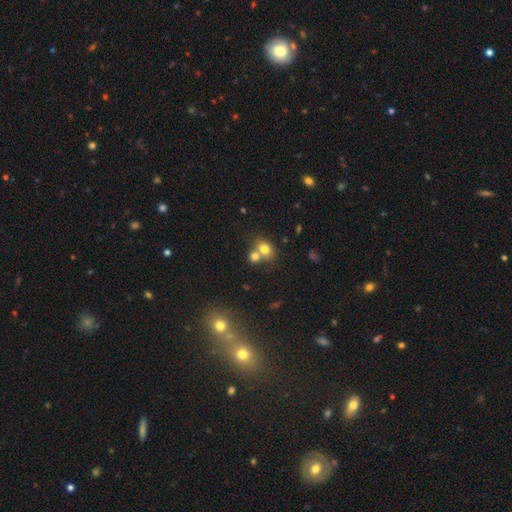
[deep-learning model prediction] A smooth galaxy with no disk features (74%) that is round (58%).

Vote fractions:
- Smooth or featured? smooth: 74% / featured or disk: 13% / star or artifact: 13%
- How rounded? round: 58% / in between: 41% / cigar-shaped: 1%
- Merging? merger: 48% / none: 41% / minor disturbance: 8% / major disturbance: 3%